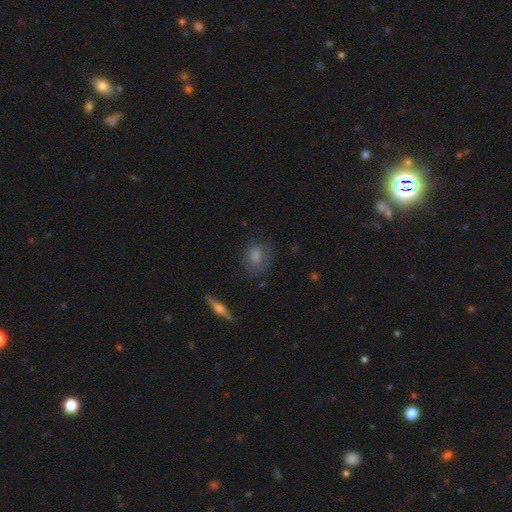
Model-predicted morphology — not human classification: Q: Smooth or featured?
A: smooth (61%); runner-up: featured or disk (24%)
Q: How rounded?
A: round (62%); runner-up: in between (36%)
Q: Merging?
A: none (70%); runner-up: minor disturbance (21%)